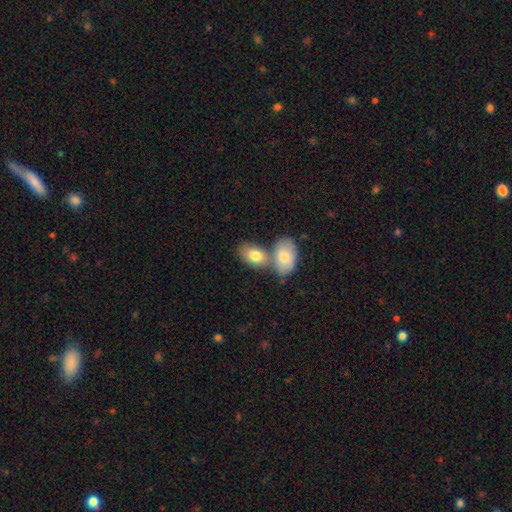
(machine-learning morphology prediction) Smooth or featured? smooth (77%)
How rounded? in between (91%)
Merging? merger (51%)